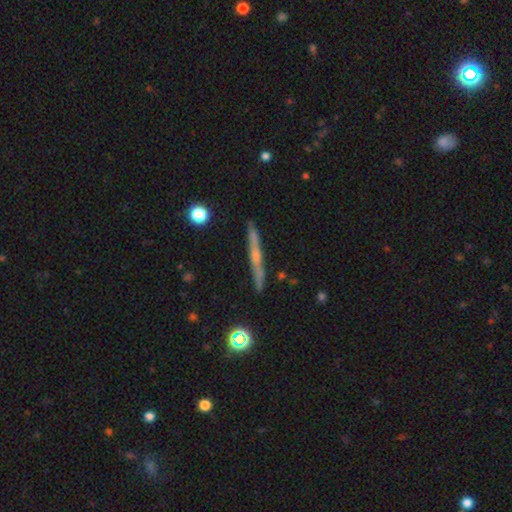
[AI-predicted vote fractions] Smooth or featured? Predicted: featured or disk (p=0.62). Edge-on disk? Predicted: yes (p=0.96). Edge-on bulge? Predicted: rounded (p=0.60). Merging? Predicted: none (p=0.87).